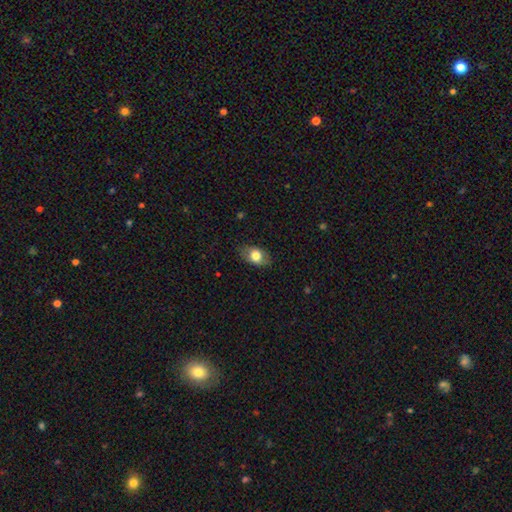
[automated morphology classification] type=smooth (76%); roundness=in between (83%); merging=none (80%).